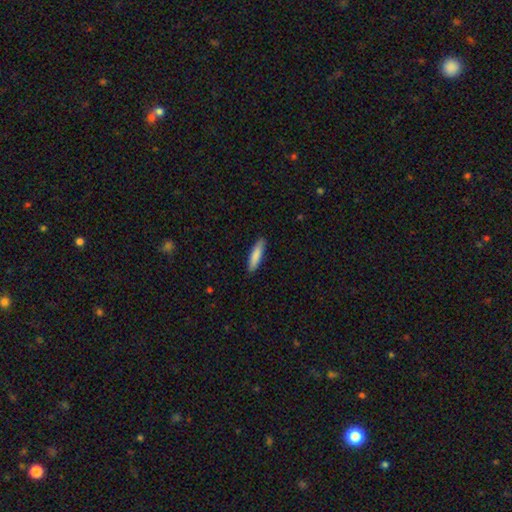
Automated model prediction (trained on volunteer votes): Q: Smooth or featured?
A: smooth (84%); runner-up: featured or disk (10%)
Q: How rounded?
A: cigar-shaped (79%); runner-up: in between (20%)
Q: Merging?
A: none (89%); runner-up: minor disturbance (9%)